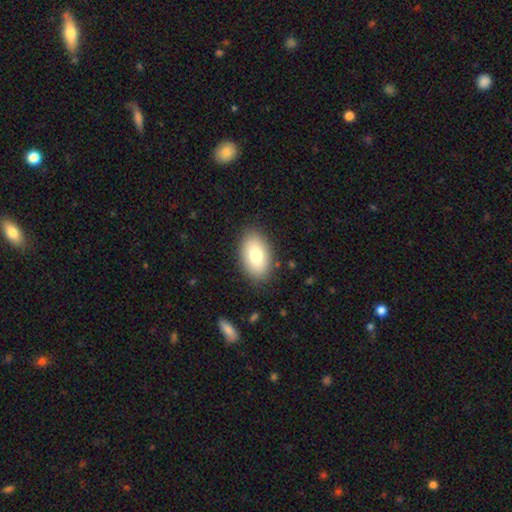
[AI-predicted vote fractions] A smooth galaxy with no disk features (77%) that is in between round and cigar-shaped (91%). Merging: none (86%).